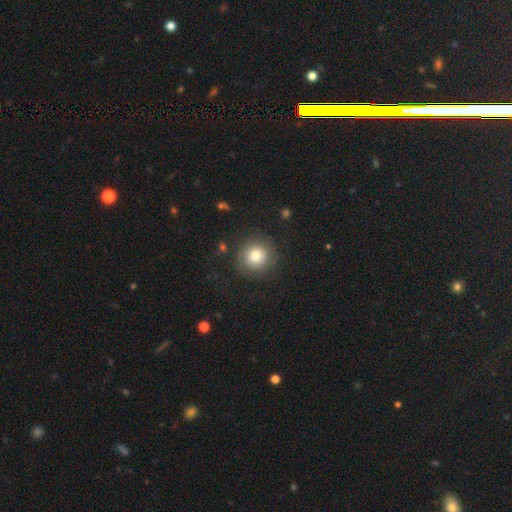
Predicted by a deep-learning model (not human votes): Q: Smooth or featured?
A: smooth (78%); runner-up: featured or disk (11%)
Q: How rounded?
A: round (93%); runner-up: in between (6%)
Q: Merging?
A: none (85%); runner-up: minor disturbance (9%)